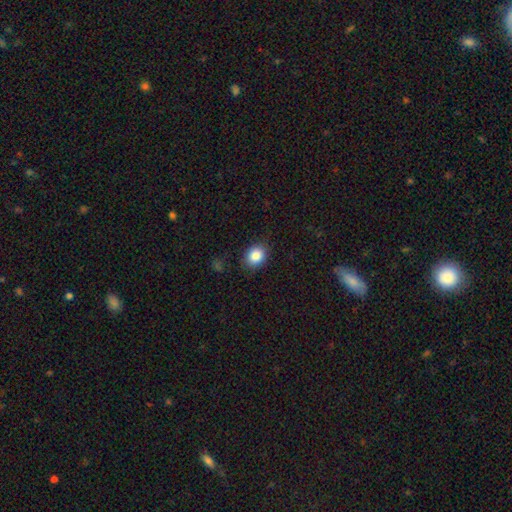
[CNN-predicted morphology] smooth-or-featured: smooth: 85% | star or artifact: 9% | featured or disk: 6%
  how-rounded: round: 52% | in between: 47% | cigar-shaped: 1%
  merging: none: 85% | minor disturbance: 11% | major disturbance: 3% | merger: 1%